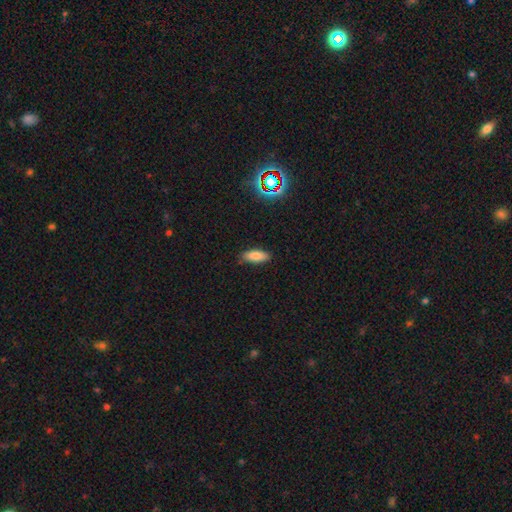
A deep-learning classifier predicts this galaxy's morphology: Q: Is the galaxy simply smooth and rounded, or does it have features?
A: smooth — 81%.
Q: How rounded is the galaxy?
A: in between — 72%.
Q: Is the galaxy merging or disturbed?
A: none — 84%.